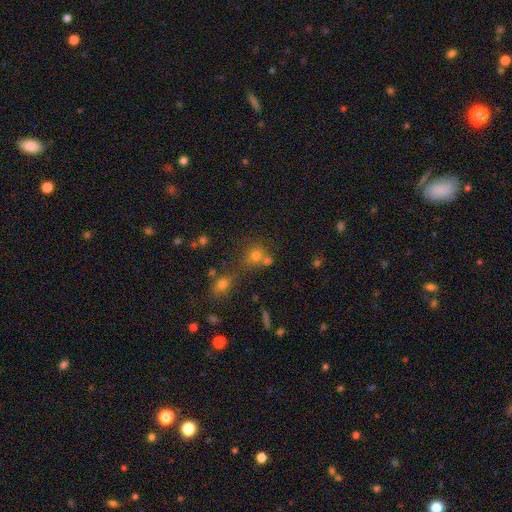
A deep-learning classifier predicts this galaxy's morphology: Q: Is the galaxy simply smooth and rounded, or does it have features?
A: smooth — 69%.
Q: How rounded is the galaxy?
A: round — 79%.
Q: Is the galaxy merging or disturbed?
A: none — 48%.